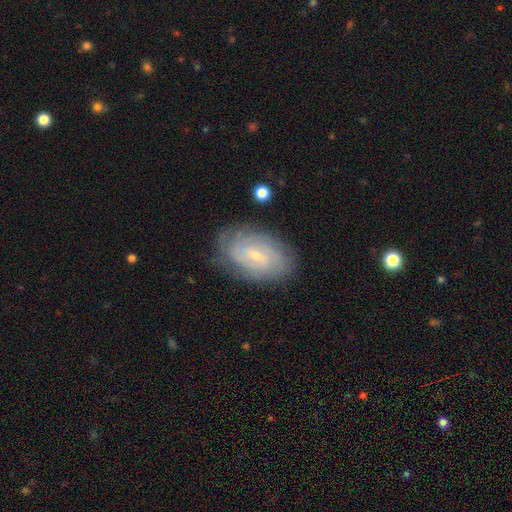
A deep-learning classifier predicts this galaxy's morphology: Smooth or featured?
  - featured or disk: 73% *
  - smooth: 20%
  - star or artifact: 7%
Edge-on disk?
  - no: 95% *
  - yes: 5%
Bar?
  - no: 49% *
  - weak: 41%
  - strong: 9%
Spiral arms?
  - yes: 87% *
  - no: 13%
Spiral winding?
  - tight: 70% *
  - medium: 24%
  - loose: 7%
Spiral arm count?
  - can't tell: 50% *
  - 2: 22%
  - 3: 11%
  - 4: 8%
  - more than 4: 5%
  - 1: 4%
Bulge size?
  - small: 79% *
  - moderate: 17%
  - none: 2%
  - large: 1%
  - dominant: 1%
Merging?
  - none: 79% *
  - minor disturbance: 15%
  - major disturbance: 4%
  - merger: 1%